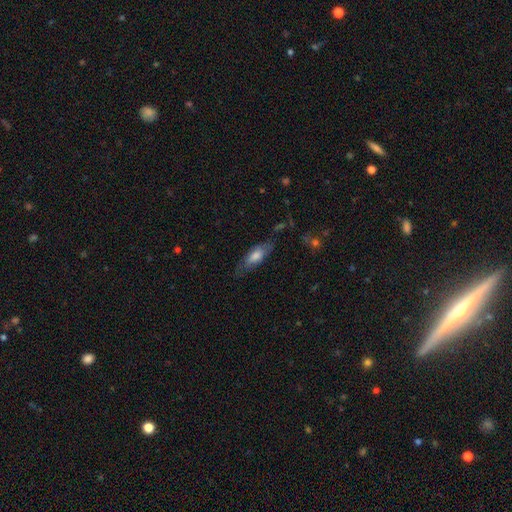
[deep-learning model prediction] The model was most divided on "how rounded": in between: 59%, cigar-shaped: 39%, round: 2%. More confident: merging — none (67%); smooth or featured — smooth (62%).